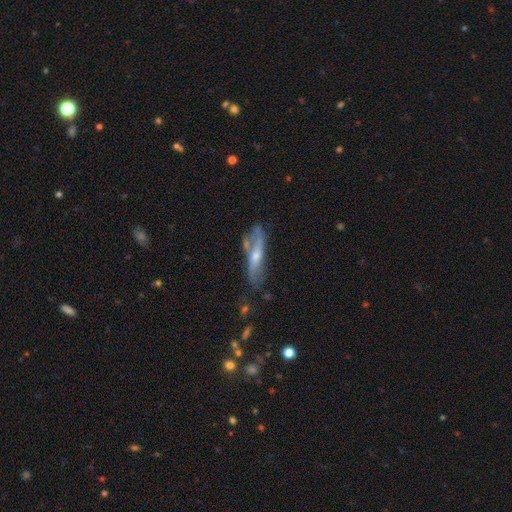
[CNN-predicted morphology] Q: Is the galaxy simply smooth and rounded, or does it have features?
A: featured or disk — 62%.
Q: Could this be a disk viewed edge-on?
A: no — 52%.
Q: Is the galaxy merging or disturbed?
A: none — 57%.